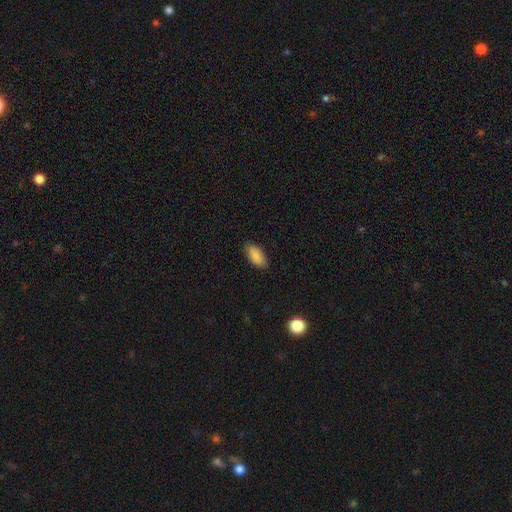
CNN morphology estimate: Smooth or featured? Predicted: smooth (p=0.87). How rounded? Predicted: in between (p=0.92). Merging? Predicted: none (p=0.84).